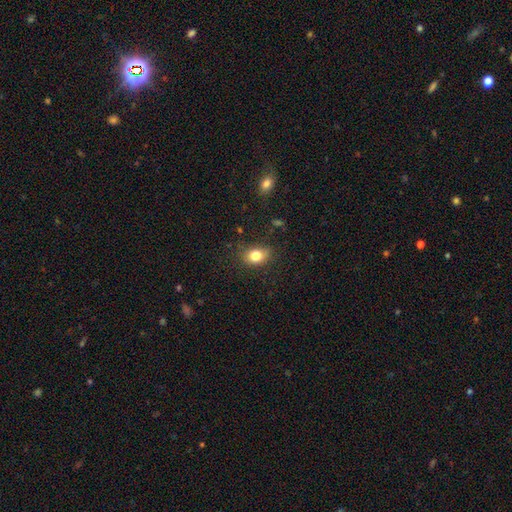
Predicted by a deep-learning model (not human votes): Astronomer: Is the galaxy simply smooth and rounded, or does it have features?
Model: smooth — 80%.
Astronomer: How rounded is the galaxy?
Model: in between — 65%.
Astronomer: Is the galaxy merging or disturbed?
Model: none — 75%.